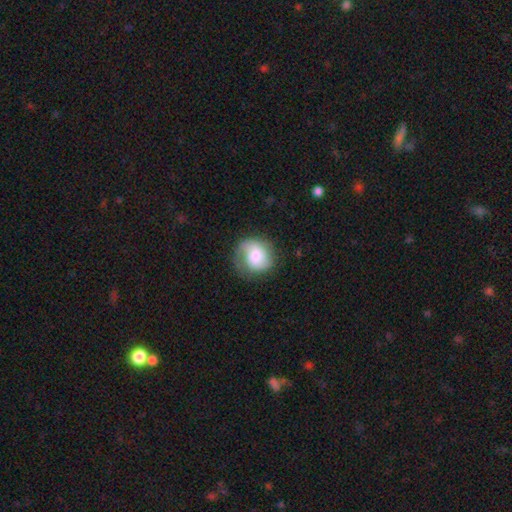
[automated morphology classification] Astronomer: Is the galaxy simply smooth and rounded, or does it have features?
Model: featured or disk — 47% (runner-up: smooth, 45%).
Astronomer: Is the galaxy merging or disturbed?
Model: none — 69%.